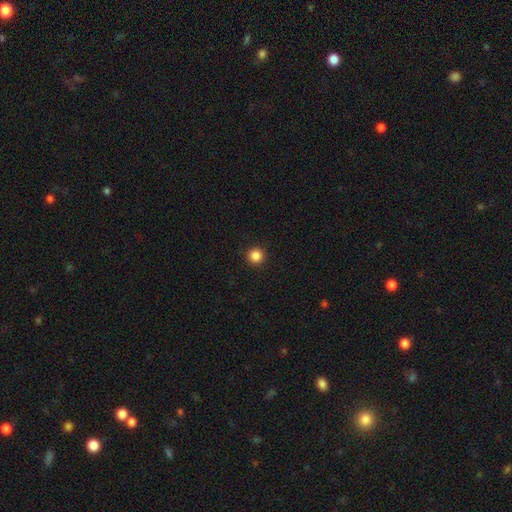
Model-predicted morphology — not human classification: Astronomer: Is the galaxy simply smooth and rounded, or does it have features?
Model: smooth — 86%.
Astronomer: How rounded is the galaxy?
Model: round — 96%.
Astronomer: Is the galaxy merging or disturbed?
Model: none — 93%.